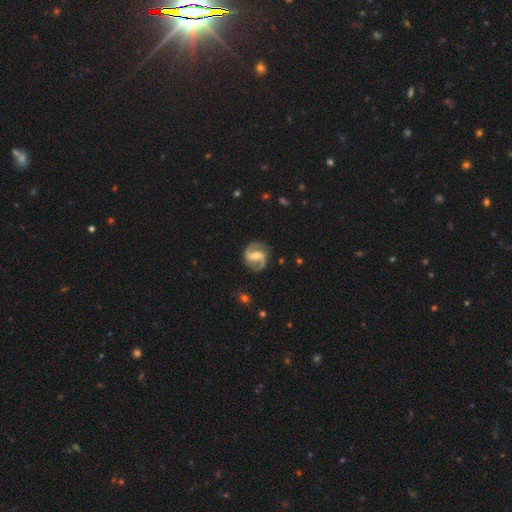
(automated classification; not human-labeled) This appears to be a featured or disk galaxy (91%) with a weak bar (43%), 2 (94%) medium (56%) spiral arms (98%) and a moderate central bulge (55%). Merging: none (85%).